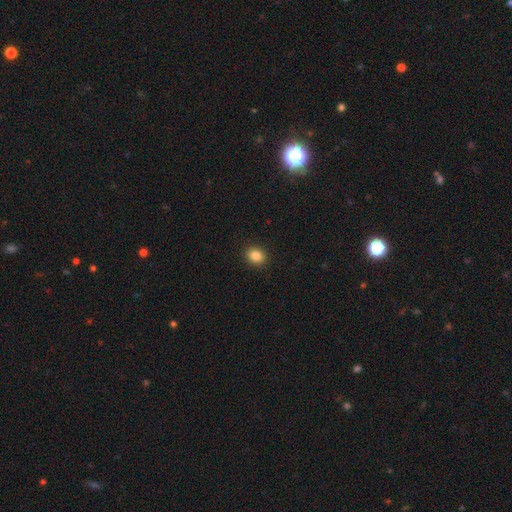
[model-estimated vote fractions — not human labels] smooth_or_featured: smooth (p=0.85) [alt: star or artifact p=0.10]
how_rounded: round (p=0.60) [alt: in between p=0.39]
merging: none (p=0.91) [alt: minor disturbance p=0.06]